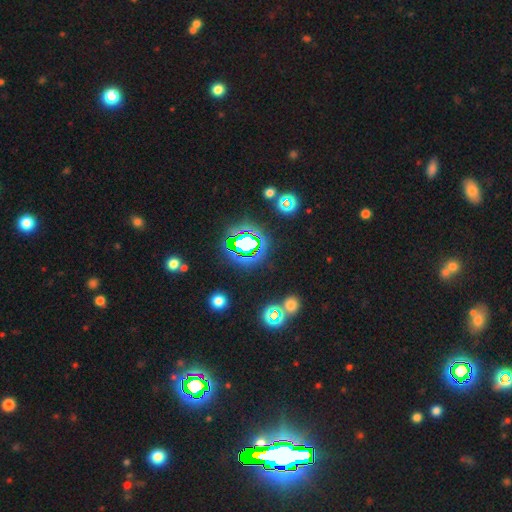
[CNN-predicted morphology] This is likely a star or artifact rather than a galaxy (79%).